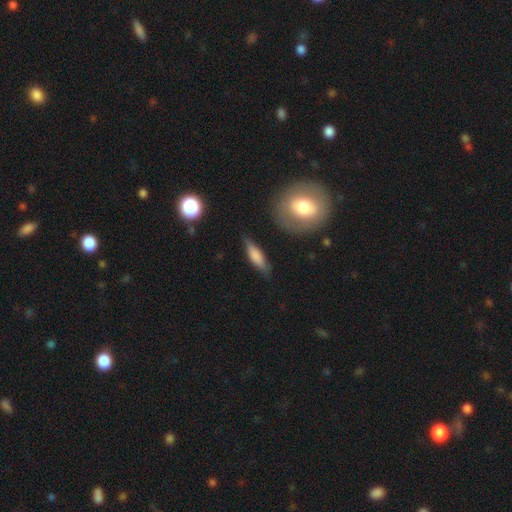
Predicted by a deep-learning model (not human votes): Morphology: type=smooth (67%); roundness=cigar-shaped (63%); merging=none (79%).